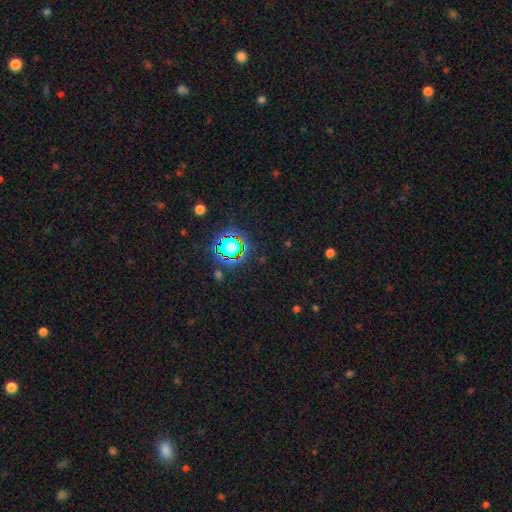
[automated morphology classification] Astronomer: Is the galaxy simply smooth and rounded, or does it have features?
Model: star or artifact — 81%.